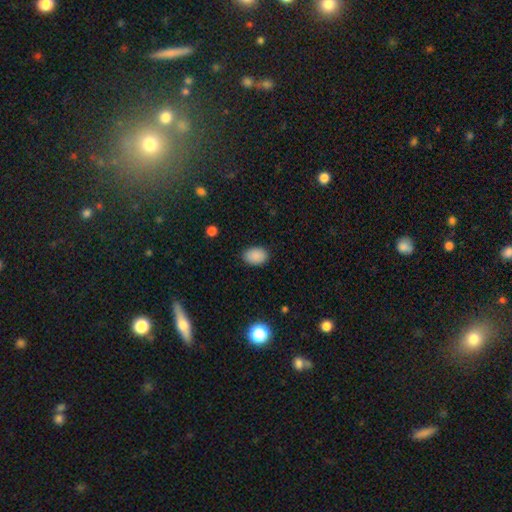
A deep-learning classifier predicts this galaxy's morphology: smooth 88%, star or artifact 9%, featured or disk 3%. Down the decision tree: how rounded — in between (81%); merging — none (86%).